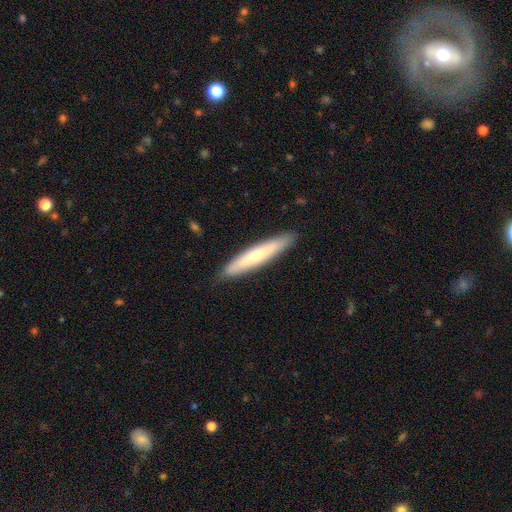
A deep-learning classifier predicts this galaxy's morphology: A smooth galaxy with no disk features (60%) that is cigar-shaped (91%). Merging: none (88%).